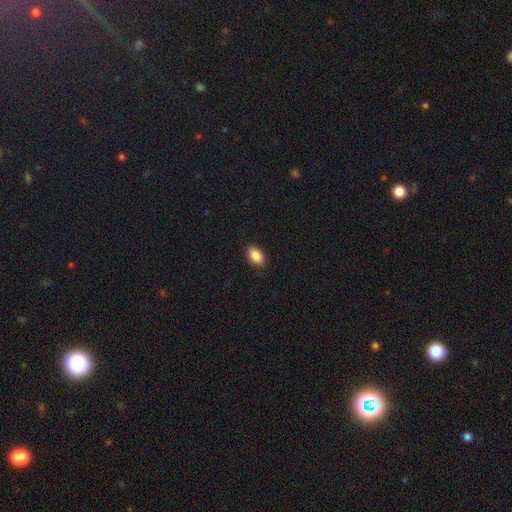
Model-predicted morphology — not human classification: Smooth or featured: smooth — 87% (star or artifact — 8%)
How rounded: in between — 87% (round — 11%)
Merging: none — 87% (minor disturbance — 10%)